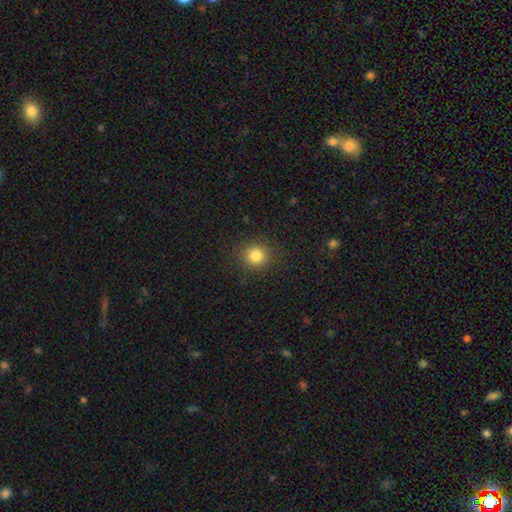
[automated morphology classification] A smooth galaxy with no disk features (82%) that is round (91%).

Vote fractions:
- Smooth or featured? smooth: 82% / star or artifact: 13% / featured or disk: 6%
- How rounded? round: 91% / in between: 8% / cigar-shaped: 1%
- Merging? none: 90% / minor disturbance: 7% / major disturbance: 3% / merger: 1%